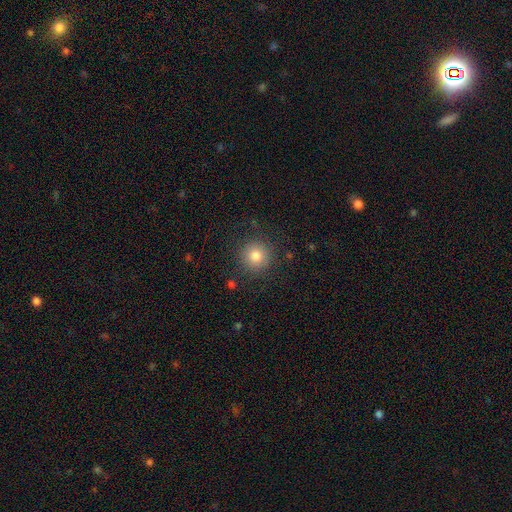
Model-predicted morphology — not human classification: This is clearly a smooth galaxy (82%). How rounded: clearly round (94%). Merging: clearly none (86%).